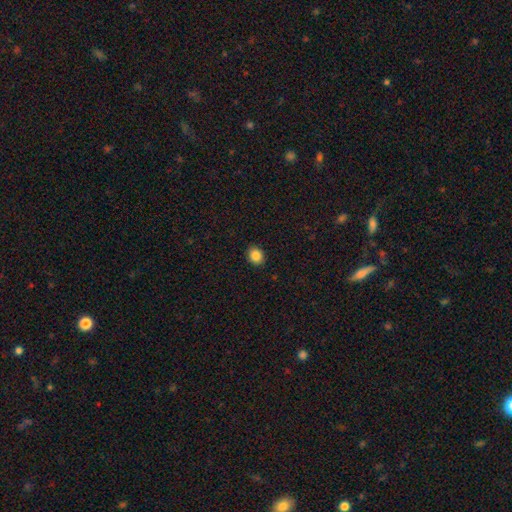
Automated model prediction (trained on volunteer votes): Q: Smooth or featured?
A: smooth (85%); runner-up: star or artifact (10%)
Q: How rounded?
A: round (60%); runner-up: in between (40%)
Q: Merging?
A: none (90%); runner-up: minor disturbance (7%)